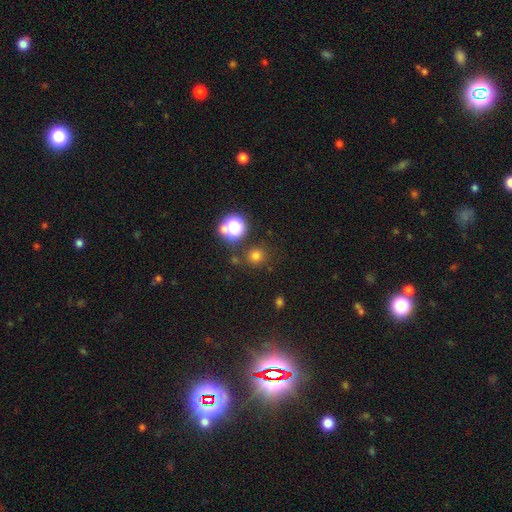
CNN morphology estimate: Q: Smooth or featured?
A: smooth (71%); runner-up: star or artifact (23%)
Q: How rounded?
A: round (90%); runner-up: in between (9%)
Q: Merging?
A: none (81%); runner-up: minor disturbance (9%)